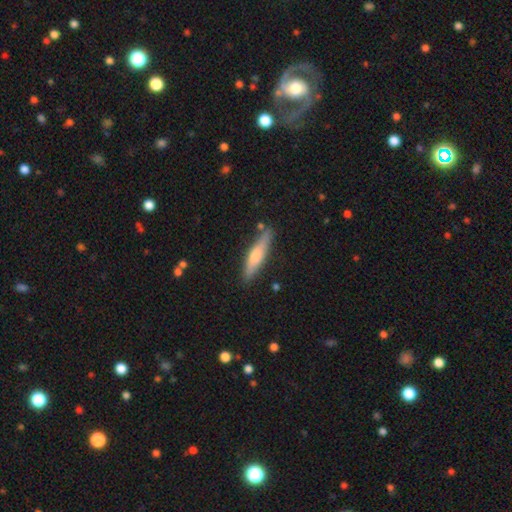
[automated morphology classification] type=smooth (60%); roundness=cigar-shaped (83%); merging=none (81%).